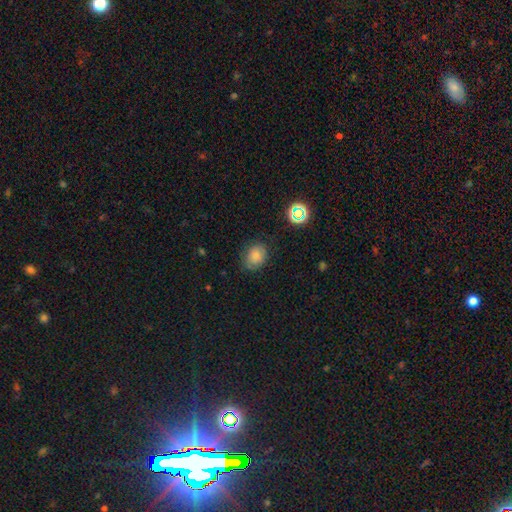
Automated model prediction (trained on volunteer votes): Smooth or featured? smooth (77%)
How rounded? in between (55%)
Merging? none (74%)